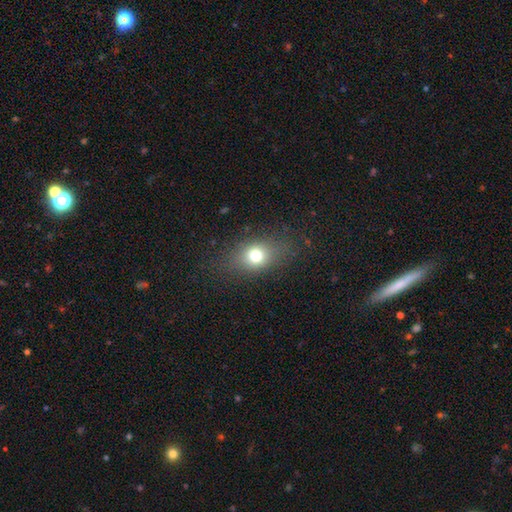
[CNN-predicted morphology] The model was most divided on "how rounded": in between: 55%, round: 42%, cigar-shaped: 3%. More confident: merging — none (80%); smooth or featured — smooth (73%).